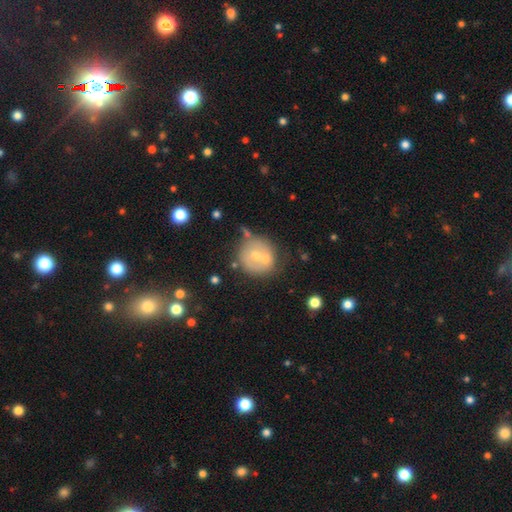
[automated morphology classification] Q: Smooth or featured?
A: smooth (47%); runner-up: featured or disk (42%)
Q: Merging?
A: none (49%); runner-up: merger (32%)